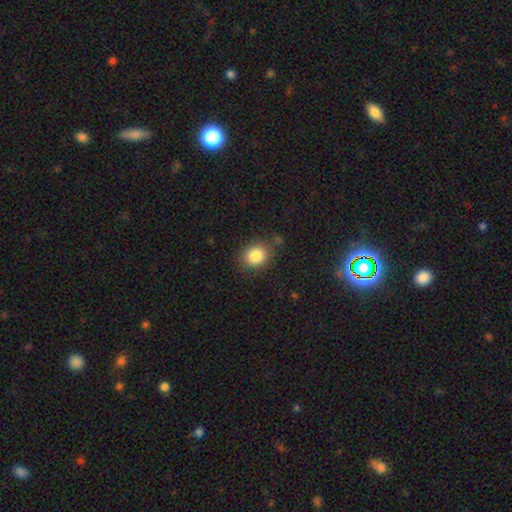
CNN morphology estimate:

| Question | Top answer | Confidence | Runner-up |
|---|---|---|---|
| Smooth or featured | smooth | 85% | star or artifact (9%) |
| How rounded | round | 61% | in between (38%) |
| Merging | none | 79% | minor disturbance (14%) |